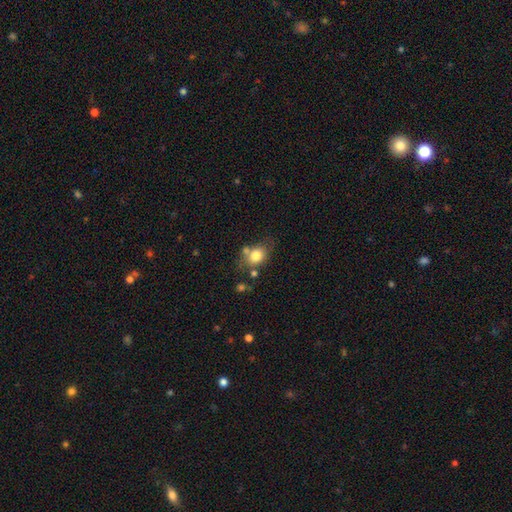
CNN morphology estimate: The model was most divided on "how rounded": in between: 57%, round: 41%, cigar-shaped: 1%. More confident: smooth or featured — smooth (77%); merging — none (56%).